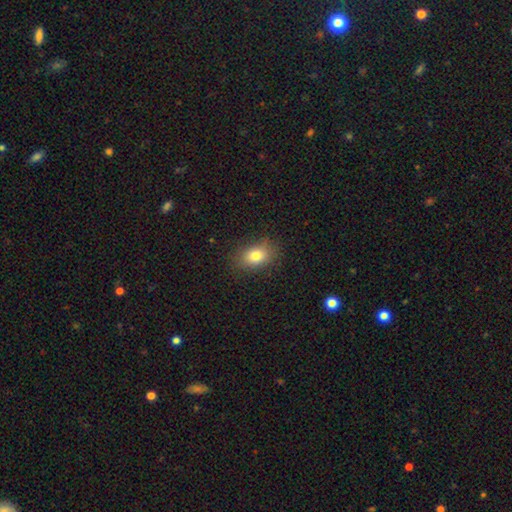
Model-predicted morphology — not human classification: smooth_or_featured: smooth (p=0.80) [alt: star or artifact p=0.10]
how_rounded: in between (p=0.76) [alt: round p=0.22]
merging: none (p=0.84) [alt: minor disturbance p=0.12]